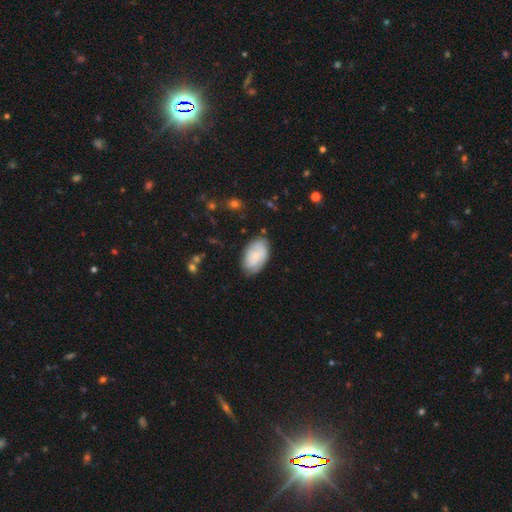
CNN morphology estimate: Smooth or featured: smooth — 64% (featured or disk — 29%)
How rounded: in between — 93% (round — 5%)
Merging: none — 75% (minor disturbance — 19%)